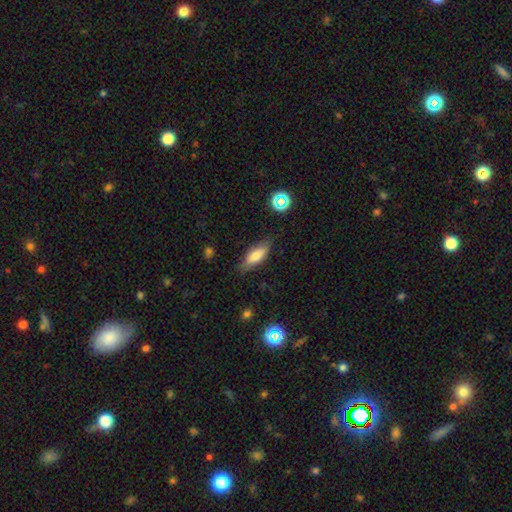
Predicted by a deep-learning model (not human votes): A smooth galaxy with no disk features (73%) that is in between round and cigar-shaped (64%).

Vote fractions:
- Smooth or featured? smooth: 73% / featured or disk: 19% / star or artifact: 8%
- How rounded? in between: 64% / cigar-shaped: 33% / round: 2%
- Merging? none: 78% / minor disturbance: 16% / major disturbance: 4% / merger: 2%